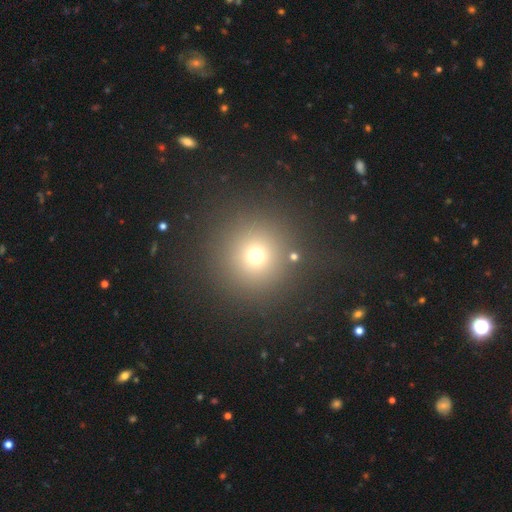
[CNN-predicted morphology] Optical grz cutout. It shows a smooth galaxy with no disk features (70%) that is round (95%). Merging: none (87%).